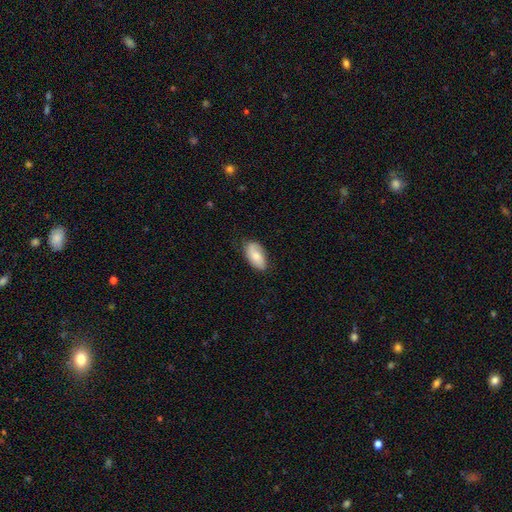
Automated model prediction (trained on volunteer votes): smooth-or-featured: smooth: 68% | featured or disk: 26% | star or artifact: 6%
  how-rounded: in between: 94% | round: 3% | cigar-shaped: 3%
  merging: none: 74% | minor disturbance: 21% | major disturbance: 4% | merger: 1%